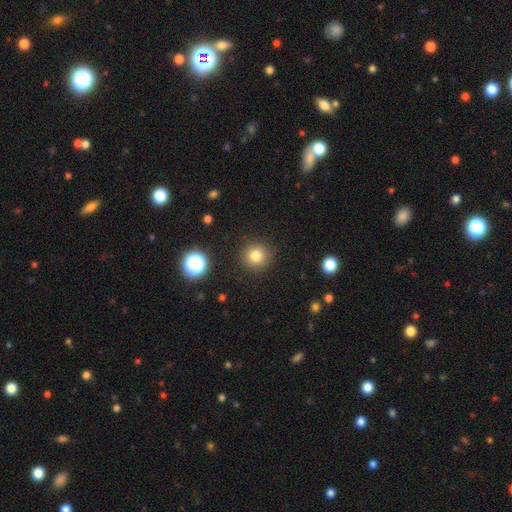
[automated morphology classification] Smooth or featured: smooth — 80% (star or artifact — 13%)
How rounded: round — 94% (in between — 5%)
Merging: none — 89% (minor disturbance — 7%)